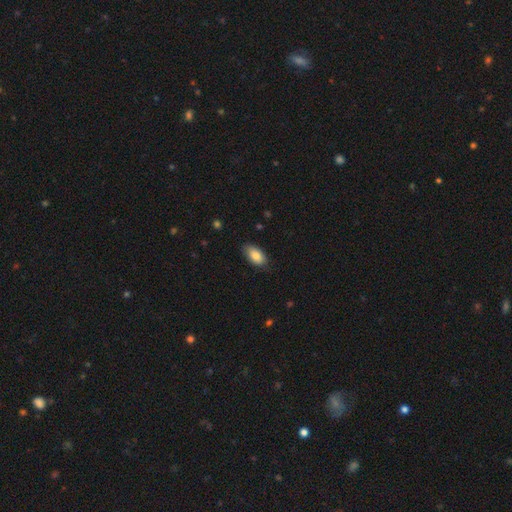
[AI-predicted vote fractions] This appears to be a smooth galaxy with no disk features (83%) that is in between round and cigar-shaped (94%). Merging: none (81%).